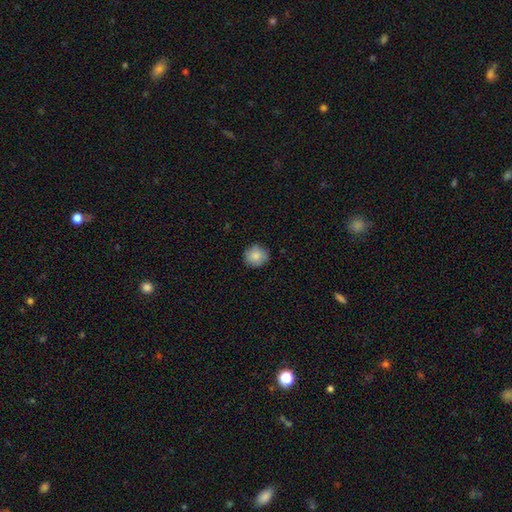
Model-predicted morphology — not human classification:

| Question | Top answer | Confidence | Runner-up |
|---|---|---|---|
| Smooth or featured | smooth | 84% | featured or disk (8%) |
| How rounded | round | 90% | in between (9%) |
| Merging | none | 84% | minor disturbance (13%) |